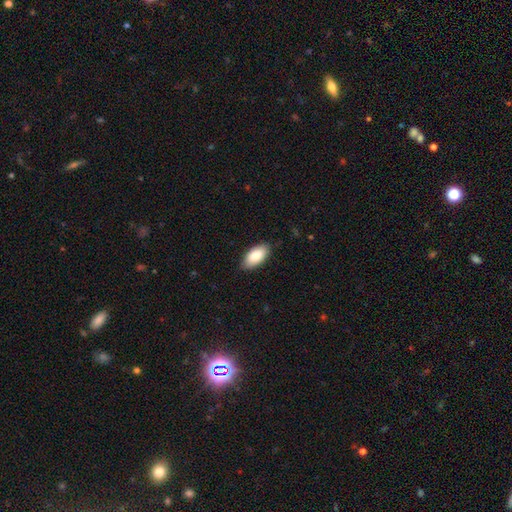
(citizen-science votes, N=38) Q: Smooth or featured?
A: smooth (95%); runner-up: star or artifact (5%)
Q: How rounded?
A: in between (94%); runner-up: cigar-shaped (6%)
Q: Merging?
A: none (86%); runner-up: minor disturbance (14%)